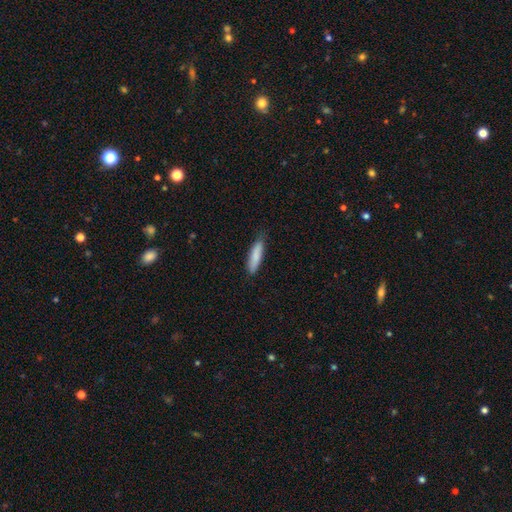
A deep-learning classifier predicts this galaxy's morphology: A smooth galaxy with no disk features (85%) that is cigar-shaped (74%).

Vote fractions:
- Smooth or featured? smooth: 85% / featured or disk: 9% / star or artifact: 6%
- How rounded? cigar-shaped: 74% / in between: 25% / round: 1%
- Merging? none: 79% / minor disturbance: 17% / major disturbance: 3% / merger: 1%